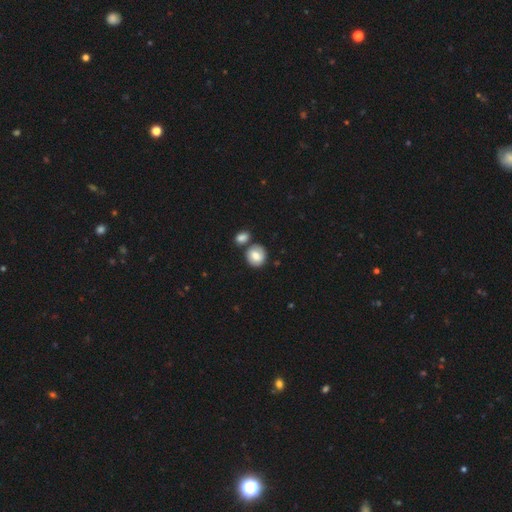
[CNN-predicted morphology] smooth-or-featured: smooth: 77% | featured or disk: 16% | star or artifact: 7%
  how-rounded: round: 78% | in between: 21% | cigar-shaped: 1%
  merging: none: 63% | merger: 22% | minor disturbance: 12% | major disturbance: 3%